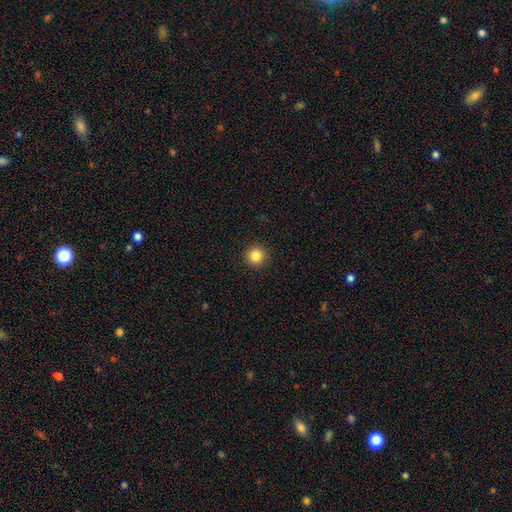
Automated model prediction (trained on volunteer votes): smooth 85%, star or artifact 11%, featured or disk 4%. Down the decision tree: how rounded — round (95%); merging — none (93%).